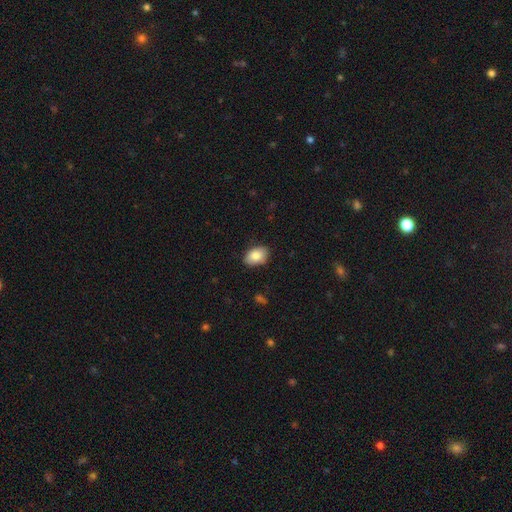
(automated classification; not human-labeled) Smooth or featured? smooth (84%)
How rounded? in between (83%)
Merging? none (84%)